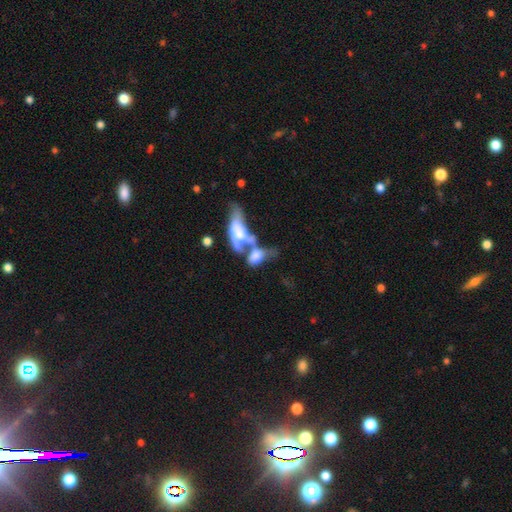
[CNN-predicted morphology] Q: Smooth or featured?
A: smooth (46%); tied with: featured or disk (46%)
Q: Merging?
A: merger (71%); runner-up: major disturbance (12%)